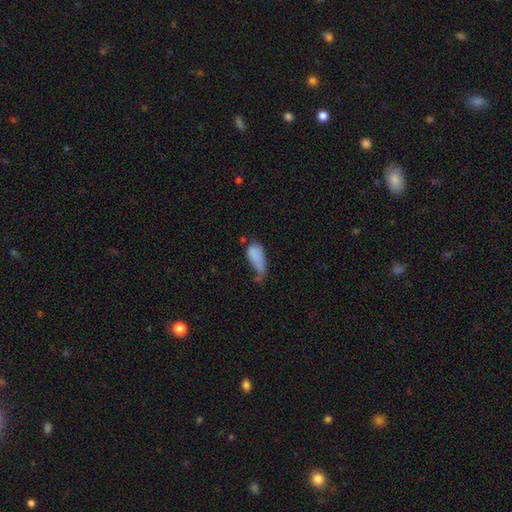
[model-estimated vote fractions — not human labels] Overall: smooth (76%). How rounded: in between (86%). Merging: major disturbance (37%; minor disturbance 30%).